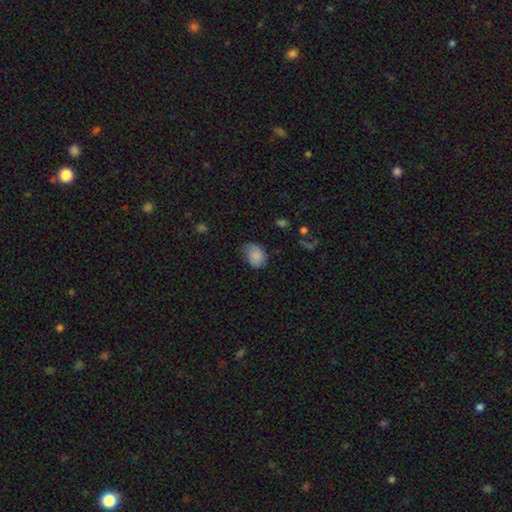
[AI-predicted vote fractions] This is likely a smooth galaxy (79%). How rounded: likely in between (60%). Merging: marginally none (42%).